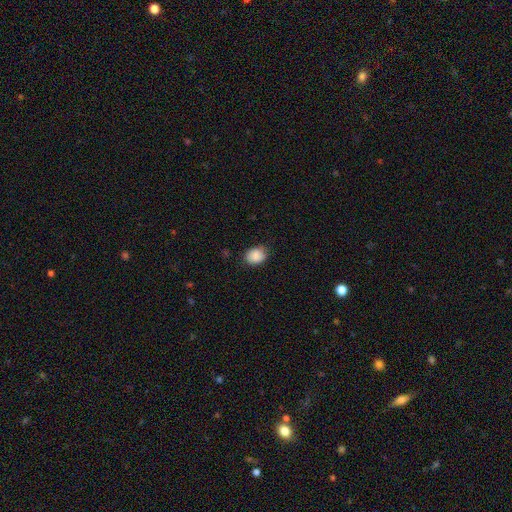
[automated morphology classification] Smooth or featured? Predicted: smooth (p=0.88). How rounded? Predicted: in between (p=0.61). Merging? Predicted: none (p=0.80).